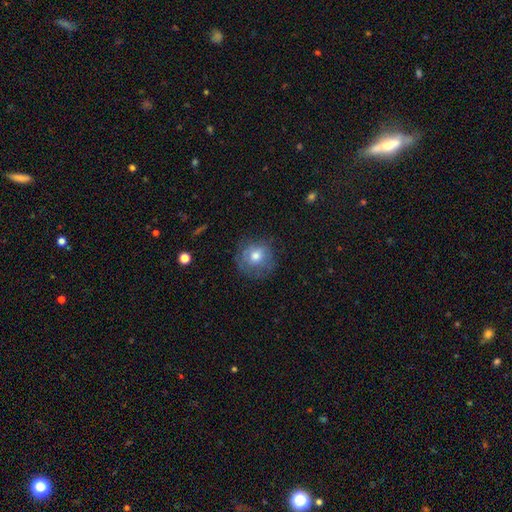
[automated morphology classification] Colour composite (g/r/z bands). It shows a smooth galaxy with no disk features (60%) that is round (87%). Merging: none (69%).